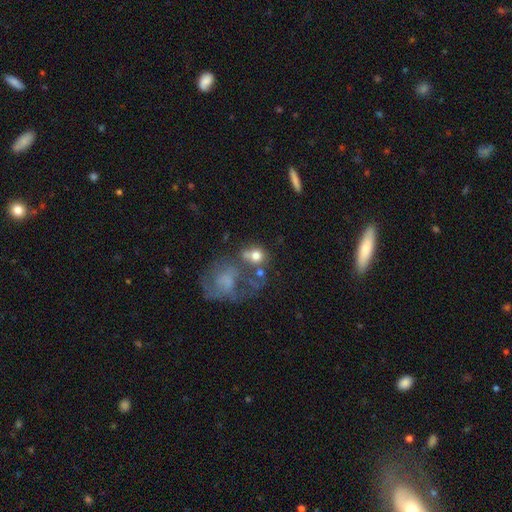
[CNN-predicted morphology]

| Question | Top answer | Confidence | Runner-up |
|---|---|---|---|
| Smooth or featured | smooth | 66% | featured or disk (21%) |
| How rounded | round | 69% | in between (30%) |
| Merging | none | 35% | tied: merger (35%) |